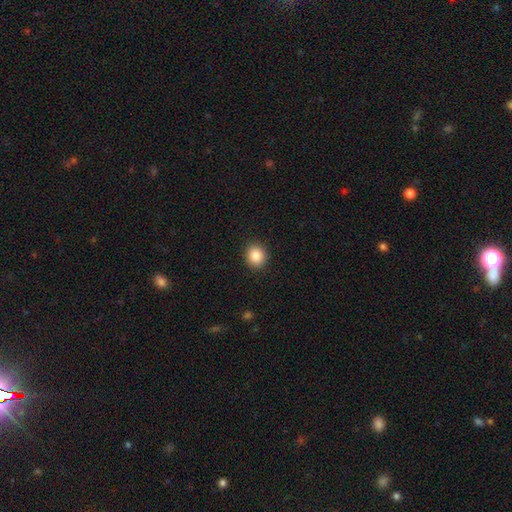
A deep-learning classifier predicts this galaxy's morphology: Smooth or featured: smooth — 86% (star or artifact — 9%)
How rounded: round — 77% (in between — 22%)
Merging: none — 91% (minor disturbance — 6%)